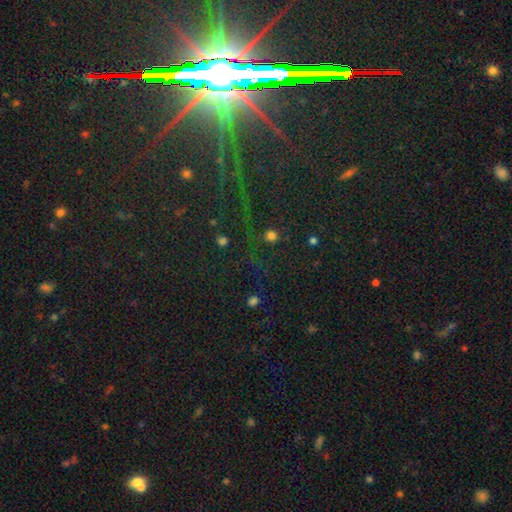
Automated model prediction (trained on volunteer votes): Smooth or featured: star or artifact — 80% (featured or disk — 12%)